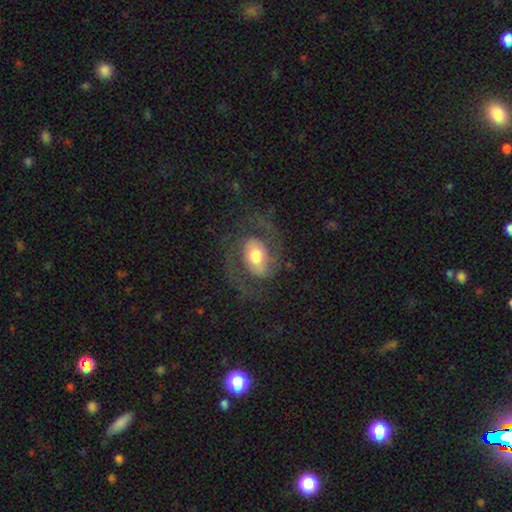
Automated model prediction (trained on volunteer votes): smooth_or_featured: featured or disk (p=0.73) [alt: smooth p=0.20]
disk_edge_on: no (p=0.96) [alt: yes p=0.04]
bar: no (p=0.47) [alt: weak p=0.35]
has_spiral_arms: yes (p=0.85) [alt: no p=0.15]
spiral_winding: medium (p=0.51) [alt: loose p=0.27]
spiral_arm_count: 2 (p=0.85) [alt: can't tell p=0.06]
bulge_size: moderate (p=0.62) [alt: large p=0.25]
merging: none (p=0.63) [alt: major disturbance p=0.19]